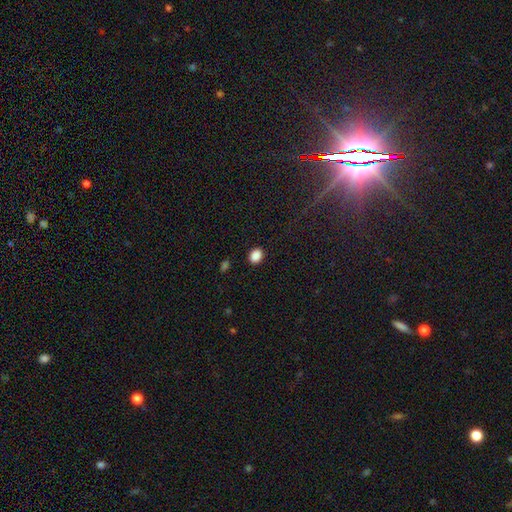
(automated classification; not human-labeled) Smooth or featured? smooth (88%)
How rounded? in between (54%)
Merging? none (89%)